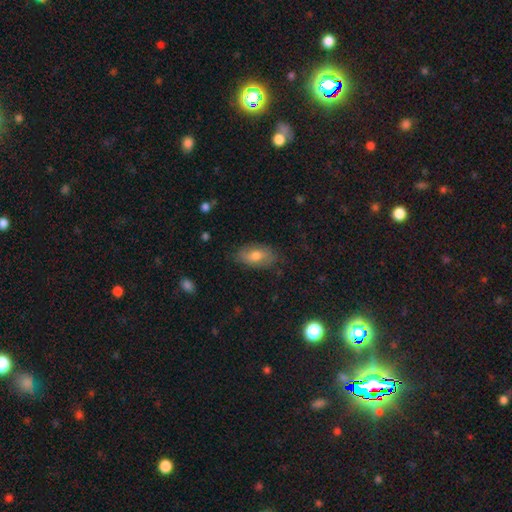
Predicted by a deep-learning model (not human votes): smooth 67%, featured or disk 23%, star or artifact 10%. Down the decision tree: how rounded — in between (89%); merging — none (77%).